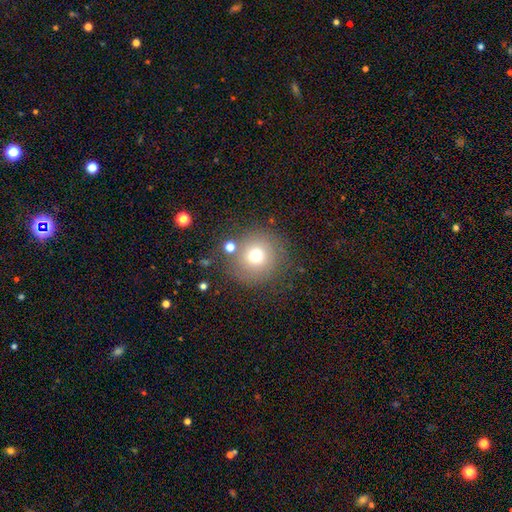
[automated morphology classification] Overall: smooth (68%). How rounded: round (93%). Merging: none (75%).